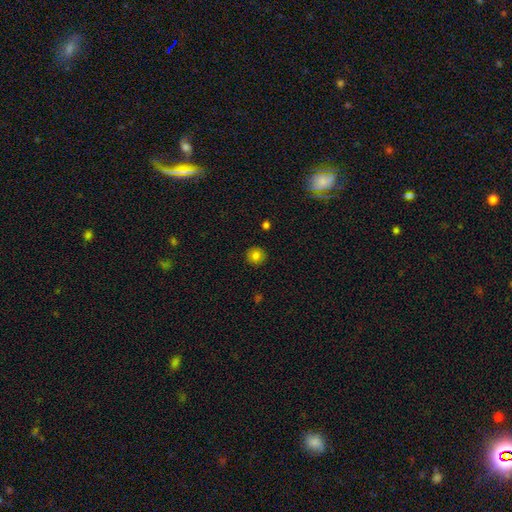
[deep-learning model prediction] The model was most divided on "smooth or featured": smooth: 83%, star or artifact: 11%, featured or disk: 6%. More confident: how rounded — round (93%); merging — none (91%).